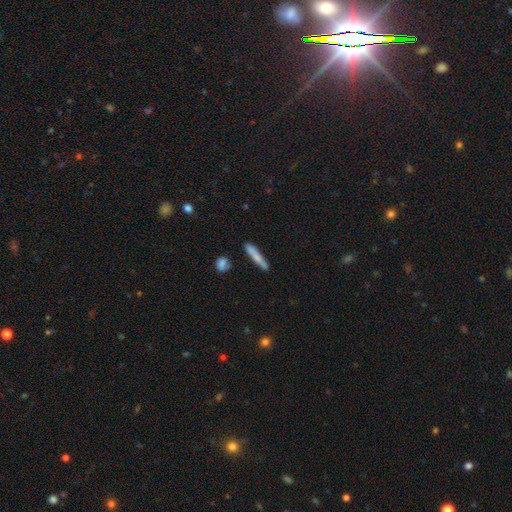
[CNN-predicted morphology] smooth_or_featured: smooth (p=0.73) [alt: featured or disk p=0.21]
how_rounded: cigar-shaped (p=0.91) [alt: in between p=0.07]
merging: none (p=0.79) [alt: minor disturbance p=0.14]